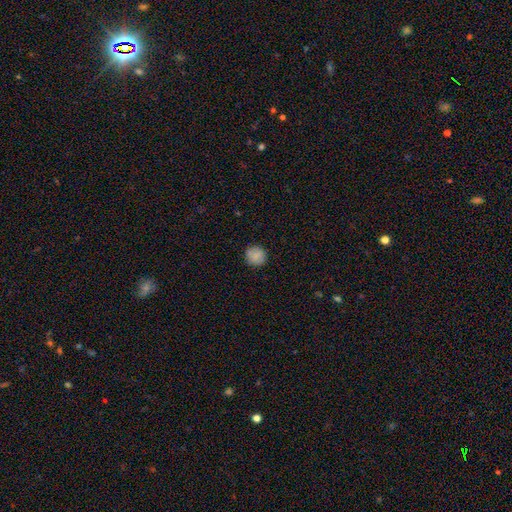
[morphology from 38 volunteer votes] A smooth galaxy with no disk features (95%) that is round (100%).

Vote fractions:
- Smooth or featured? smooth: 95% / featured or disk: 3% / star or artifact: 3%
- How rounded? round: 100% / in between: 0% / cigar-shaped: 0%
- Merging? none: 89% / minor disturbance: 8% / major disturbance: 3% / merger: 0%